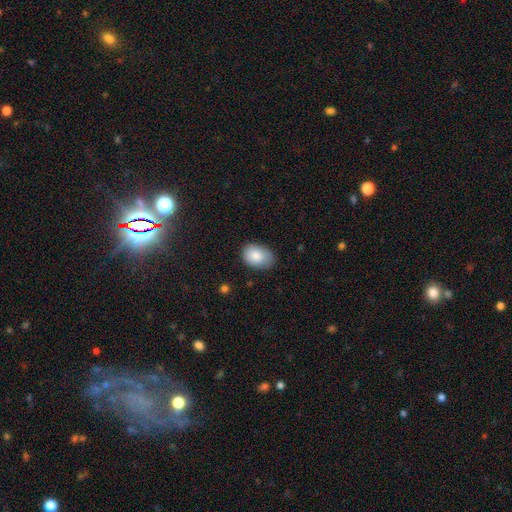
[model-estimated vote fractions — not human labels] This is clearly a smooth galaxy (84%). How rounded: clearly in between (80%). Merging: likely none (73%).